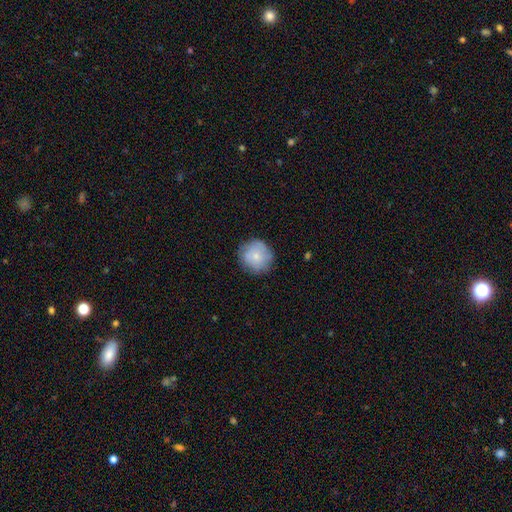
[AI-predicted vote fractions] The model was most divided on "smooth or featured": smooth: 74%, featured or disk: 19%, star or artifact: 8%. More confident: how rounded — round (93%); merging — none (80%).